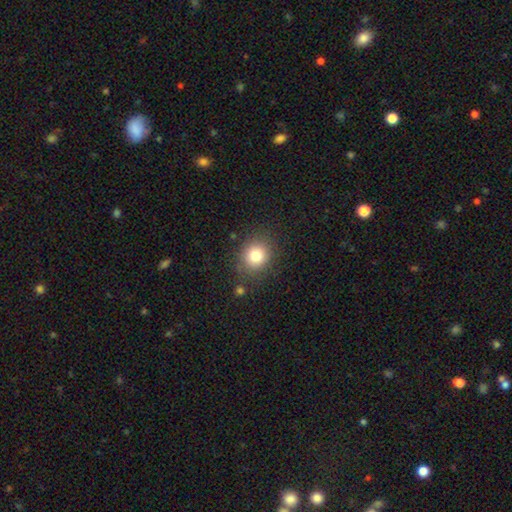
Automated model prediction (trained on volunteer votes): Smooth or featured?
  - smooth: 79% *
  - star or artifact: 12%
  - featured or disk: 9%
How rounded?
  - round: 76% *
  - in between: 23%
  - cigar-shaped: 1%
Merging?
  - none: 83% *
  - minor disturbance: 11%
  - major disturbance: 4%
  - merger: 3%